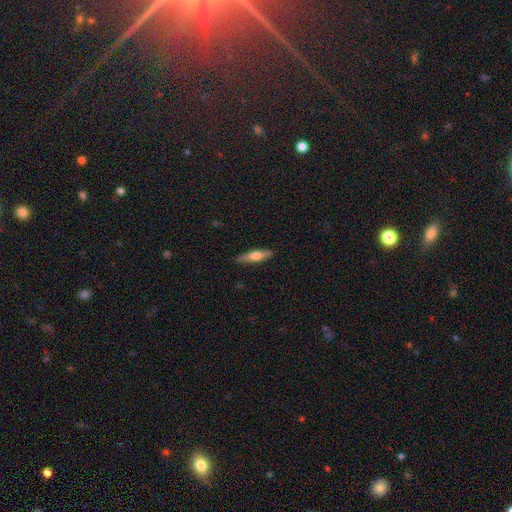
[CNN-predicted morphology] smooth 52%, featured or disk 43%, star or artifact 6%. Down the decision tree: how rounded — cigar-shaped (77%); merging — none (87%).